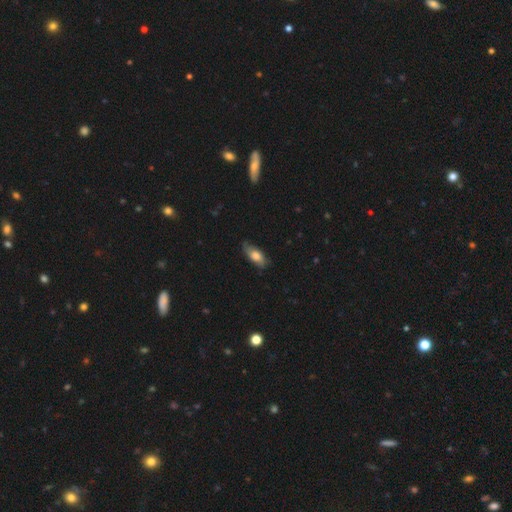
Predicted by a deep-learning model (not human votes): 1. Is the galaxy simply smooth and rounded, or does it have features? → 63% smooth, 30% featured or disk, 6% star or artifact.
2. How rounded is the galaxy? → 81% in between, 15% cigar-shaped, 4% round.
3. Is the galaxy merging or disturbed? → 70% none, 24% minor disturbance, 5% major disturbance, 1% merger.